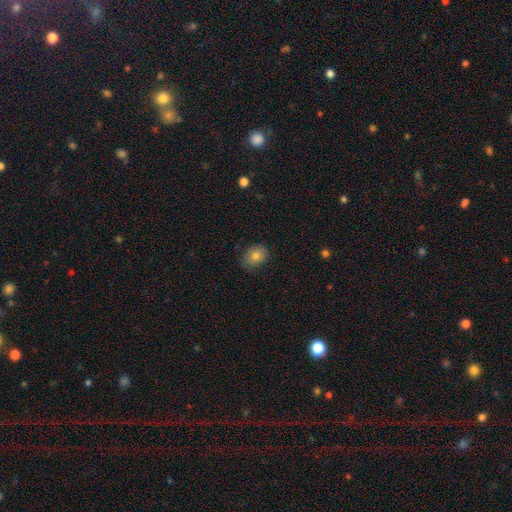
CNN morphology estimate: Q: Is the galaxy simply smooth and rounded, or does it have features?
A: smooth — 79%.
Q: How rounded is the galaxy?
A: round — 50%.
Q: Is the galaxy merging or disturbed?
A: none — 76%.